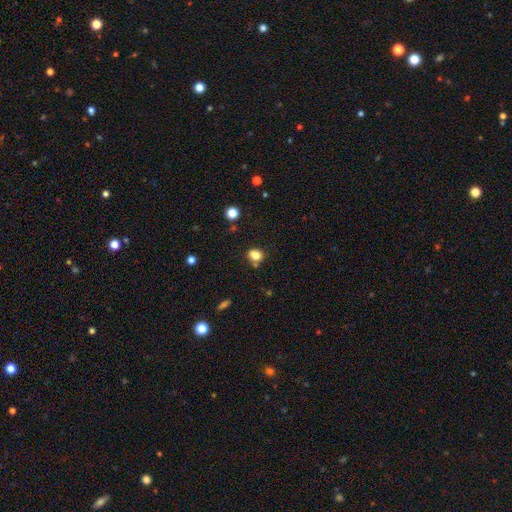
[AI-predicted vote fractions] Q: Smooth or featured?
A: smooth (81%); runner-up: star or artifact (12%)
Q: How rounded?
A: round (51%); runner-up: in between (48%)
Q: Merging?
A: none (66%); runner-up: minor disturbance (16%)